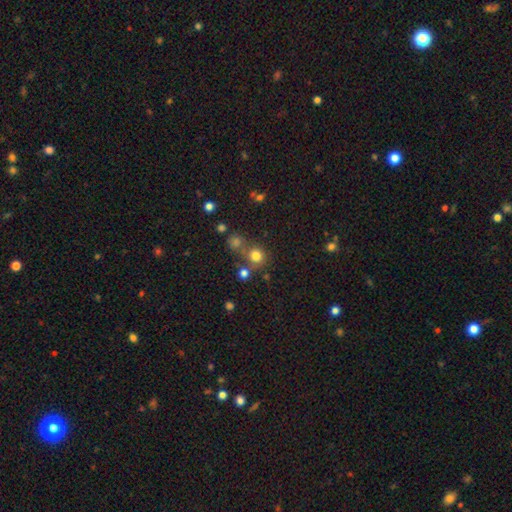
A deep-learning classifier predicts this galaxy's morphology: A smooth galaxy with no disk features (77%) that is round (88%).

Vote fractions:
- Smooth or featured? smooth: 77% / star or artifact: 16% / featured or disk: 8%
- How rounded? round: 88% / in between: 11% / cigar-shaped: 1%
- Merging? none: 63% / merger: 21% / minor disturbance: 10% / major disturbance: 5%